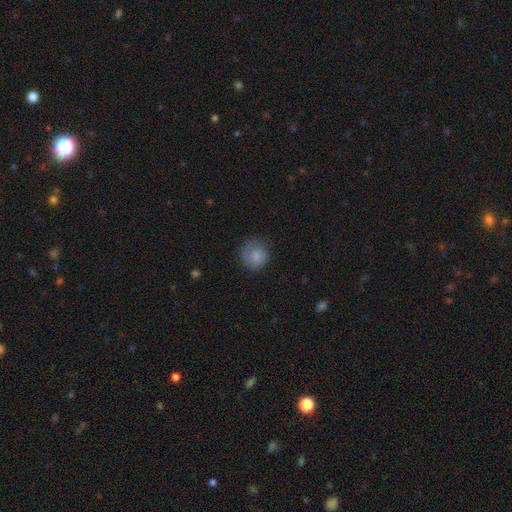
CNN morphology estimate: type=smooth (82%); roundness=round (88%); merging=none (71%).